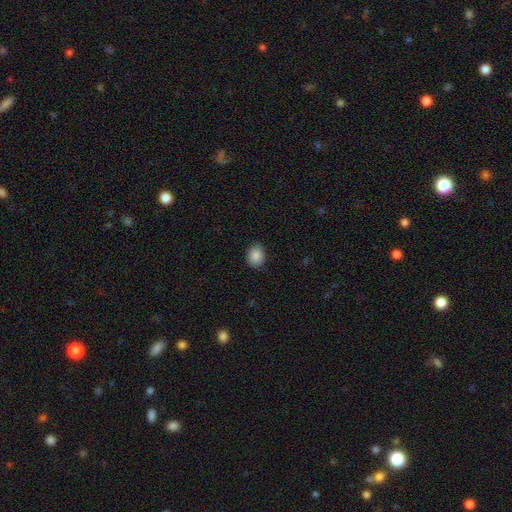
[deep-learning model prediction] Smooth or featured?
  - smooth: 87% *
  - star or artifact: 8%
  - featured or disk: 5%
How rounded?
  - in between: 54% *
  - round: 45%
  - cigar-shaped: 1%
Merging?
  - none: 84% *
  - minor disturbance: 13%
  - major disturbance: 2%
  - merger: 1%